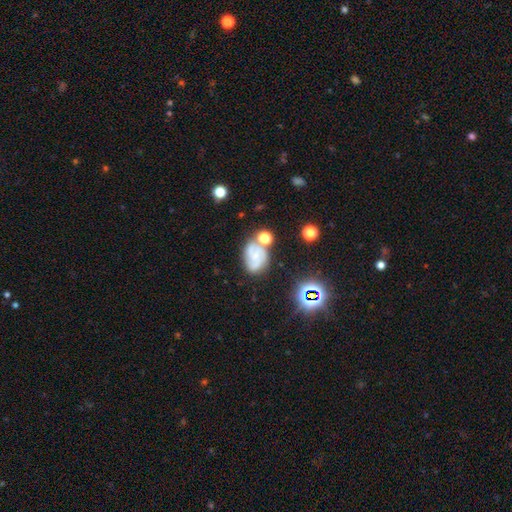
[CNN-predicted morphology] smooth_or_featured: featured or disk (p=0.53) [alt: smooth p=0.33]
disk_edge_on: no (p=0.97) [alt: yes p=0.03]
bar: no (p=0.71) [alt: weak p=0.23]
has_spiral_arms: yes (p=0.72) [alt: no p=0.28]
bulge_size: small (p=0.49) [alt: none p=0.26]
merging: none (p=0.46) [alt: minor disturbance p=0.21]